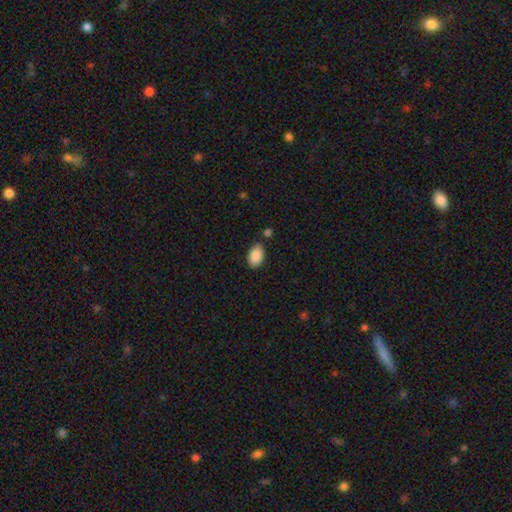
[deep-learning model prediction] smooth 90%, star or artifact 7%, featured or disk 3%. Down the decision tree: how rounded — in between (91%); merging — none (81%).